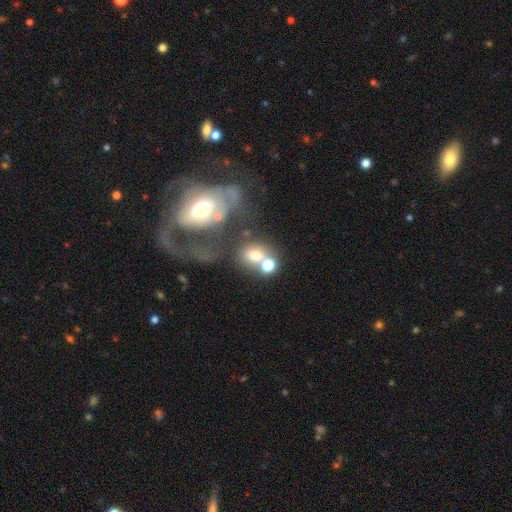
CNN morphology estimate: Q: Smooth or featured?
A: smooth (60%); runner-up: featured or disk (26%)
Q: How rounded?
A: in between (50%); runner-up: round (48%)
Q: Merging?
A: merger (48%); runner-up: none (28%)